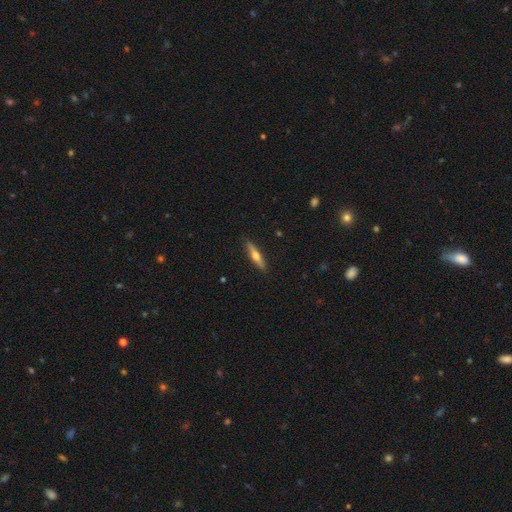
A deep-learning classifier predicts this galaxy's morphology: Q: Smooth or featured?
A: featured or disk (53%); runner-up: smooth (41%)
Q: Edge-on disk?
A: yes (95%); runner-up: no (5%)
Q: Edge-on bulge?
A: rounded (93%); runner-up: none (5%)
Q: Merging?
A: none (90%); runner-up: minor disturbance (7%)